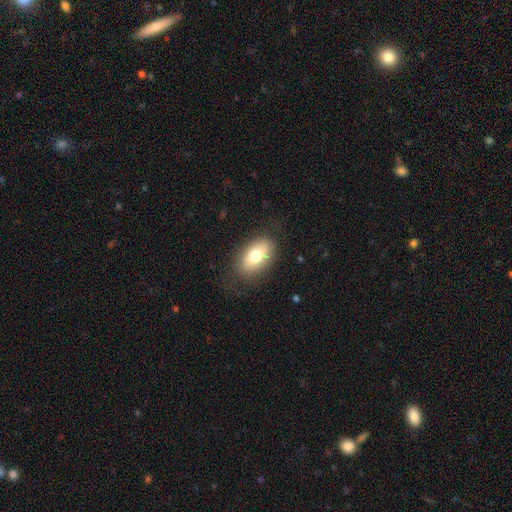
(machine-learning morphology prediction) A smooth galaxy with no disk features (75%) that is in between round and cigar-shaped (90%).

Vote fractions:
- Smooth or featured? smooth: 75% / featured or disk: 17% / star or artifact: 8%
- How rounded? in between: 90% / round: 8% / cigar-shaped: 2%
- Merging? none: 81% / minor disturbance: 13% / major disturbance: 5% / merger: 1%